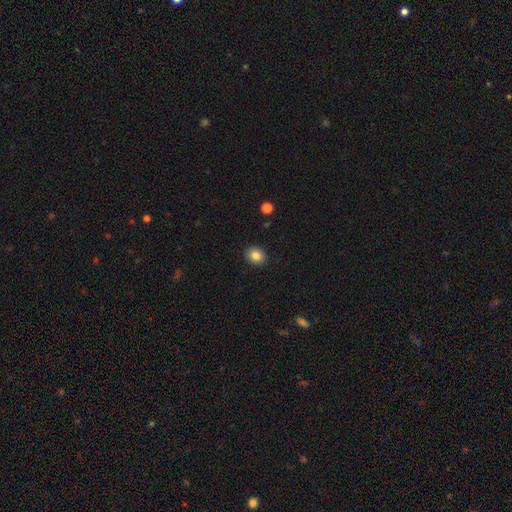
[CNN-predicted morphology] Q: Smooth or featured?
A: smooth (84%); runner-up: star or artifact (9%)
Q: How rounded?
A: round (53%); runner-up: in between (46%)
Q: Merging?
A: none (90%); runner-up: minor disturbance (7%)